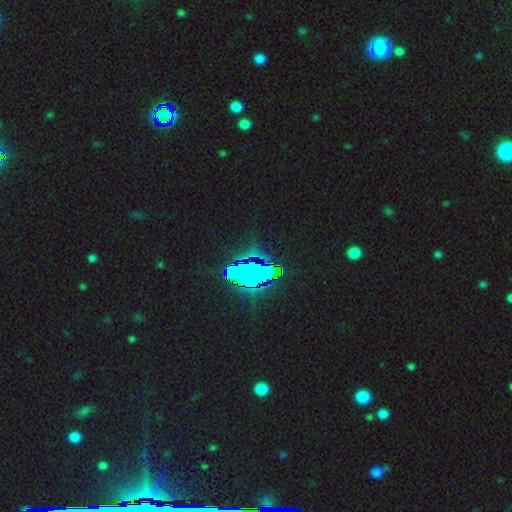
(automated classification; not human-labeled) Smooth or featured? Predicted: star or artifact (p=0.83).